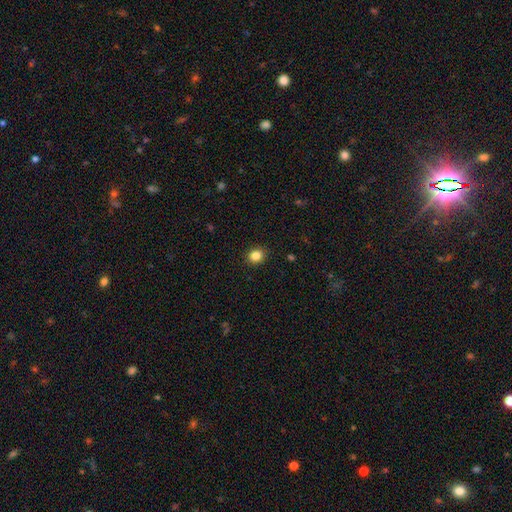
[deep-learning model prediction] This appears to be a smooth galaxy with no disk features (85%) that is round (72%). Merging: none (91%).